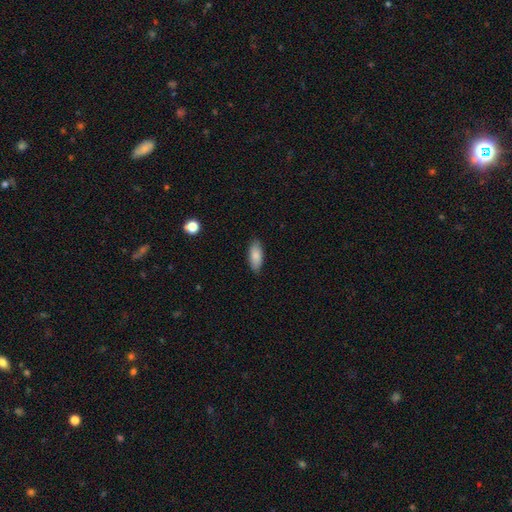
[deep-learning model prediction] smooth_or_featured: smooth (p=0.86) [alt: featured or disk p=0.08]
how_rounded: in between (p=0.82) [alt: cigar-shaped p=0.16]
merging: none (p=0.86) [alt: minor disturbance p=0.11]